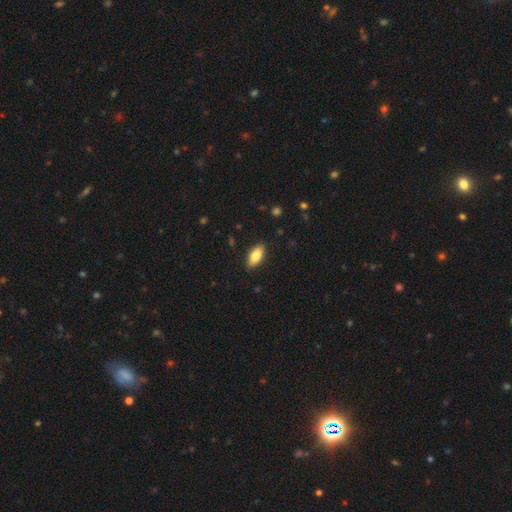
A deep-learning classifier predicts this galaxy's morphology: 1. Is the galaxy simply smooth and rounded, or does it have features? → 81% smooth, 13% featured or disk, 6% star or artifact.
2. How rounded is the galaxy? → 88% in between, 10% cigar-shaped, 3% round.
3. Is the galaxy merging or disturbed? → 88% none, 9% minor disturbance, 2% major disturbance, 1% merger.